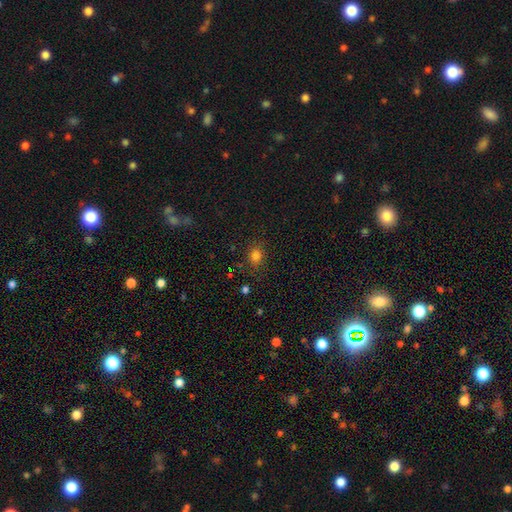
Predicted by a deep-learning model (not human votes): This is clearly a smooth galaxy (80%). How rounded: possibly round (52%). Merging: likely none (80%).